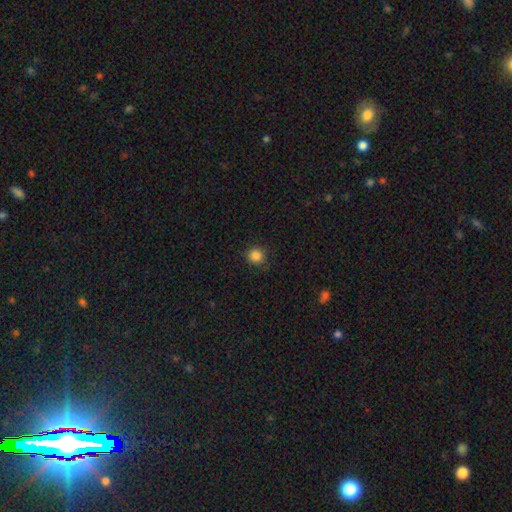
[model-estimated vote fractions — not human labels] This appears to be a smooth galaxy with no disk features (85%) that is round (92%). Merging: none (88%).